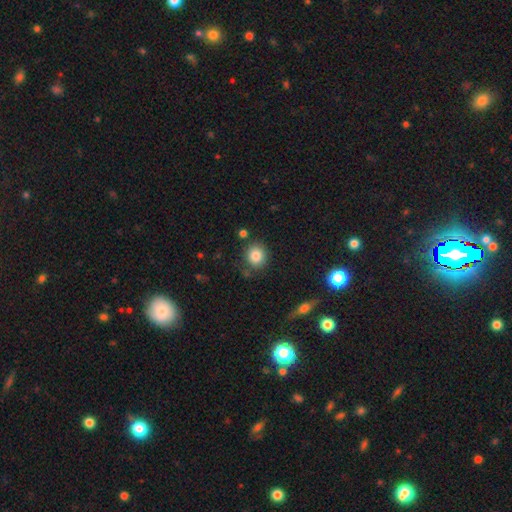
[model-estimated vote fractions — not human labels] smooth 83%, star or artifact 10%, featured or disk 7%. Down the decision tree: how rounded — round (82%); merging — none (81%).